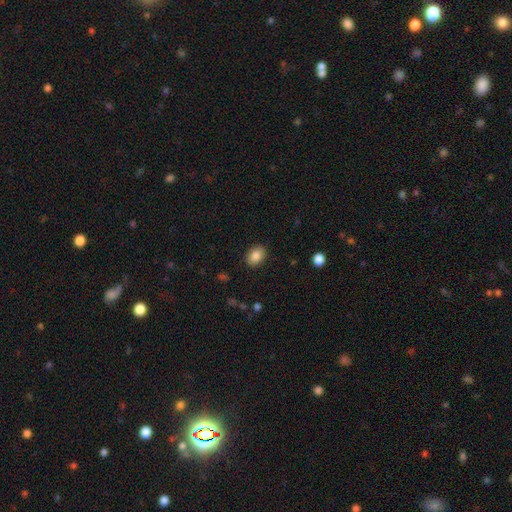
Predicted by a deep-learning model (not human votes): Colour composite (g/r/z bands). It shows a smooth galaxy with no disk features (86%) that is in between round and cigar-shaped (75%). Merging: none (88%).